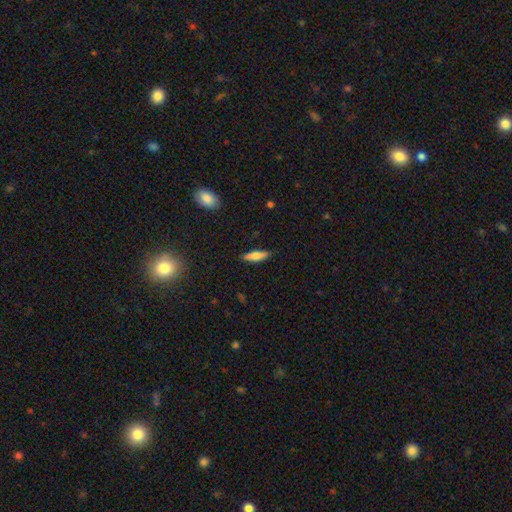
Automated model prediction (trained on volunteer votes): smooth_or_featured: smooth (p=0.67) [alt: featured or disk p=0.27]
how_rounded: cigar-shaped (p=0.66) [alt: in between p=0.32]
merging: none (p=0.85) [alt: minor disturbance p=0.11]